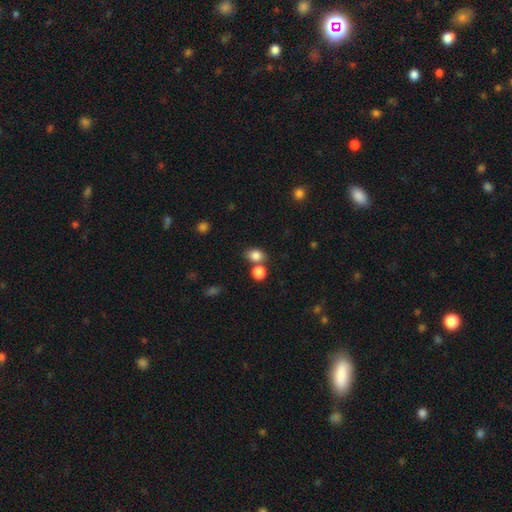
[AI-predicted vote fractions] A smooth galaxy with no disk features (83%) that is in between round and cigar-shaped (60%).

Vote fractions:
- Smooth or featured? smooth: 83% / star or artifact: 11% / featured or disk: 6%
- How rounded? in between: 60% / round: 39% / cigar-shaped: 1%
- Merging? none: 62% / merger: 23% / minor disturbance: 11% / major disturbance: 4%